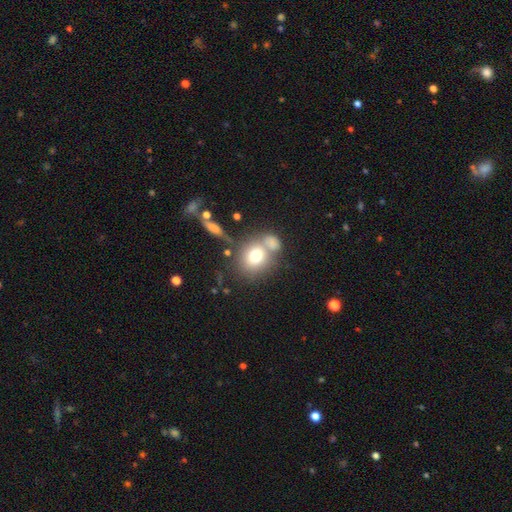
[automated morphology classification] This is likely a smooth galaxy (73%). How rounded: likely round (73%). Merging: possibly none (54%).